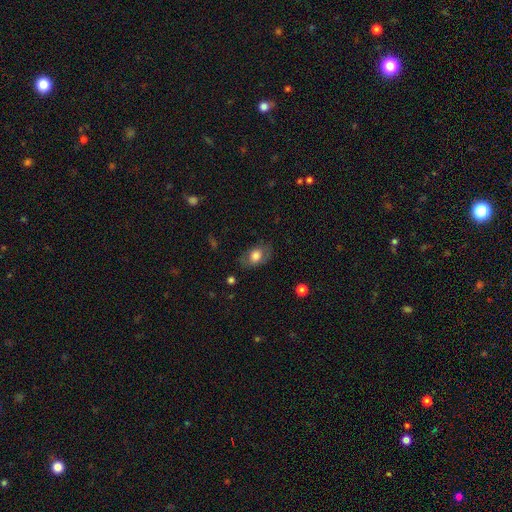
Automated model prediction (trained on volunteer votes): smooth-or-featured: smooth: 71% | featured or disk: 21% | star or artifact: 8%
  how-rounded: in between: 79% | round: 20% | cigar-shaped: 1%
  merging: none: 75% | minor disturbance: 17% | major disturbance: 6% | merger: 1%